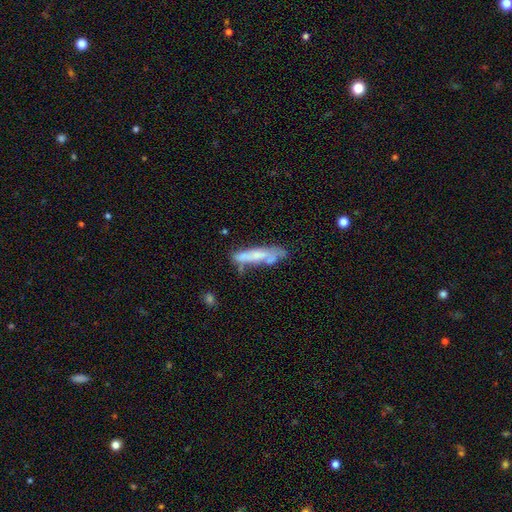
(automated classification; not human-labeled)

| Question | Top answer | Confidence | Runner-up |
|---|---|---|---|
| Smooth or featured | smooth | 51% | featured or disk (42%) |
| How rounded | cigar-shaped | 81% | in between (17%) |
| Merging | none | 51% | minor disturbance (25%) |